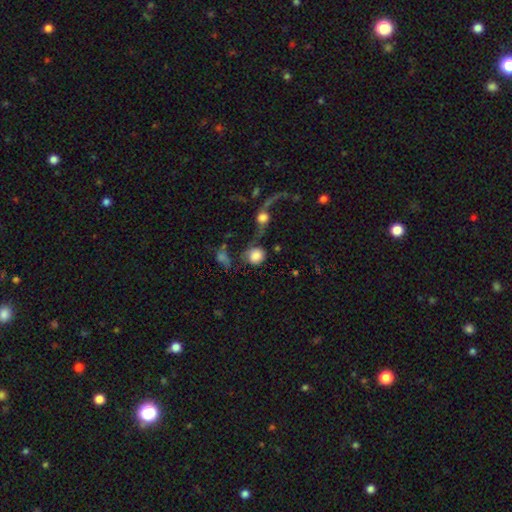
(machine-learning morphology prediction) smooth 74%, featured or disk 16%, star or artifact 9%. Down the decision tree: how rounded — round (78%); merging — none (39%).